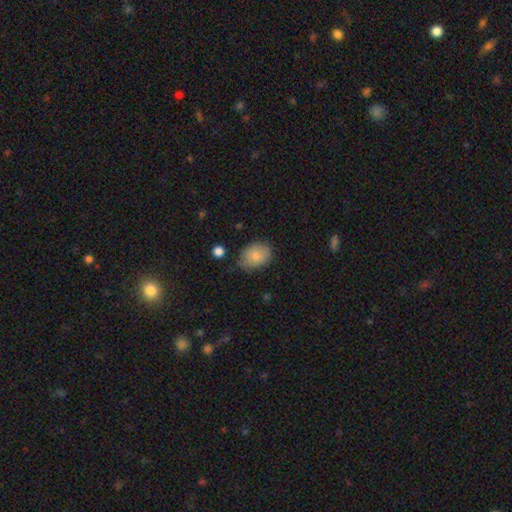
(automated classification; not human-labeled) smooth 83%, featured or disk 10%, star or artifact 7%. Down the decision tree: how rounded — in between (65%); merging — none (66%).